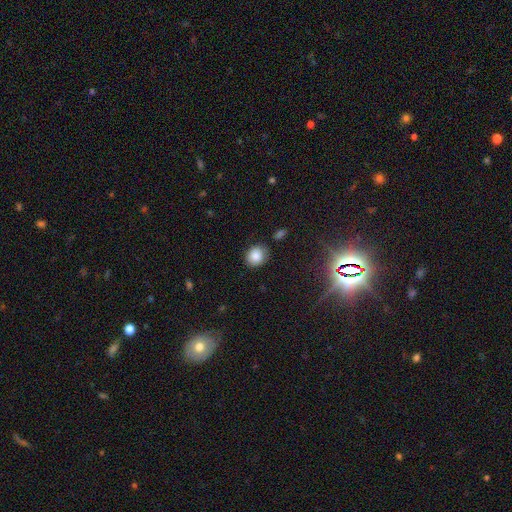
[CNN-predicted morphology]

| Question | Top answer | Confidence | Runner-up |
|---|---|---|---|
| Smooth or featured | smooth | 84% | star or artifact (10%) |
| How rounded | round | 71% | in between (28%) |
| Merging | none | 80% | minor disturbance (15%) |